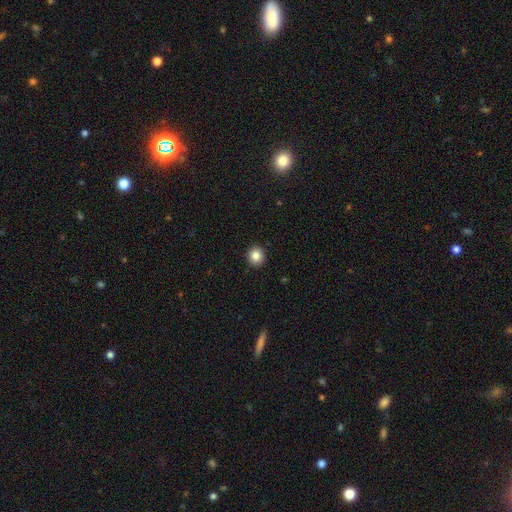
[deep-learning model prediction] This is clearly a smooth galaxy (85%). How rounded: clearly round (88%). Merging: clearly none (92%).